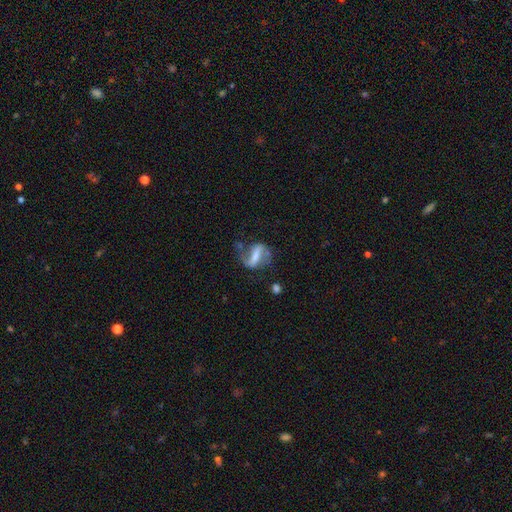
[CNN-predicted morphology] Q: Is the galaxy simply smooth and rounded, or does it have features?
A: featured or disk — 73%.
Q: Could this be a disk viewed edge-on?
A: no — 93%.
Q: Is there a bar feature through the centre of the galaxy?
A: strong — 64%.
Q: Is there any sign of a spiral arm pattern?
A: yes — 85%.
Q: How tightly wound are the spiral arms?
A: loose — 52%.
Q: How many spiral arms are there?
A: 2 — 83%.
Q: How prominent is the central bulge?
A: none — 31%.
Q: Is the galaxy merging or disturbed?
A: none — 55%.